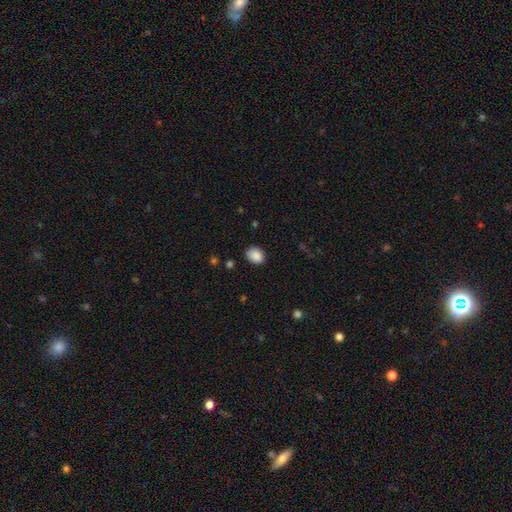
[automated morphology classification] Smooth or featured: smooth — 89% (star or artifact — 8%)
How rounded: in between — 60% (round — 39%)
Merging: none — 81% (minor disturbance — 15%)